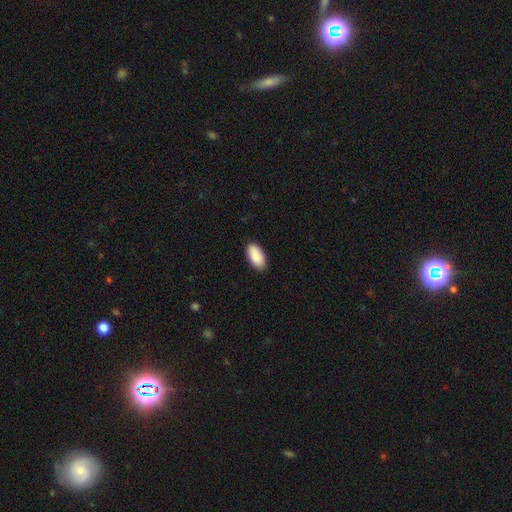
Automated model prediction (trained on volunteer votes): Overall: smooth (91%). How rounded: in between (95%). Merging: none (88%).